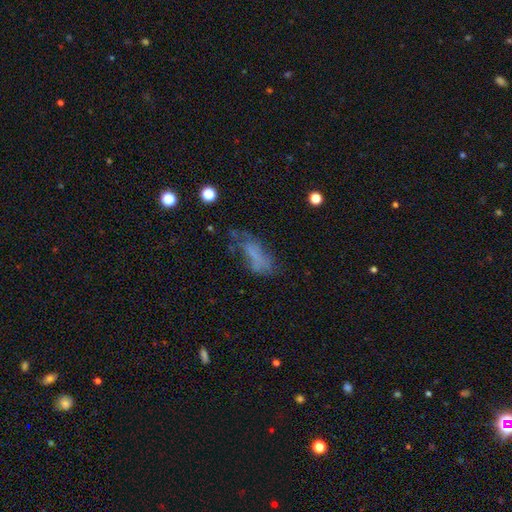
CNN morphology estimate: This appears to be a smooth galaxy with no disk features (51%) that is in between round and cigar-shaped (77%). Merging: none (36%).